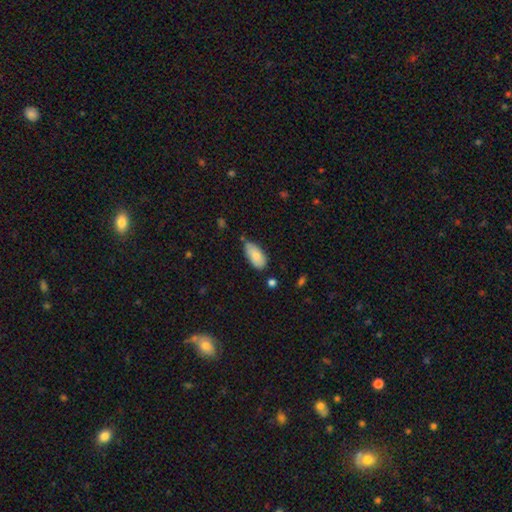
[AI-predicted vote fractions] This appears to be a smooth galaxy with no disk features (82%) that is in between round and cigar-shaped (93%). Merging: none (57%).